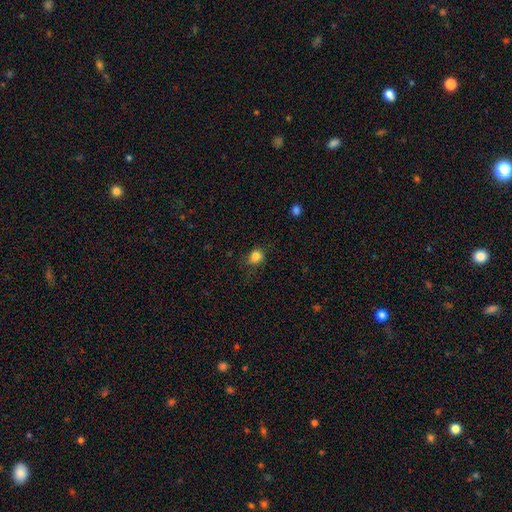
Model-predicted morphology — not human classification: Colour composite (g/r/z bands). It shows a smooth galaxy with no disk features (82%) that is round (65%). Merging: none (66%).